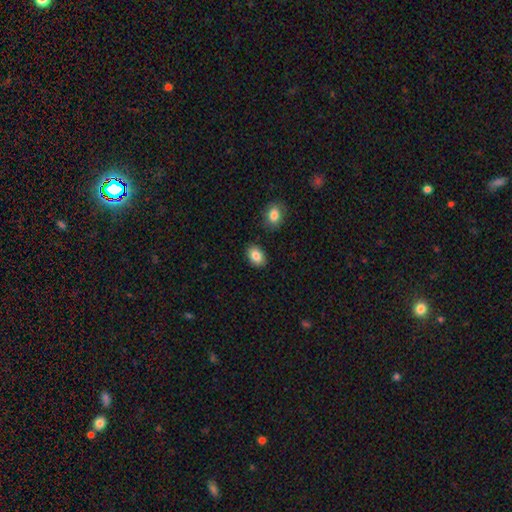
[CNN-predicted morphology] A smooth galaxy with no disk features (85%) that is in between round and cigar-shaped (85%).

Vote fractions:
- Smooth or featured? smooth: 85% / star or artifact: 8% / featured or disk: 7%
- How rounded? in between: 85% / round: 14% / cigar-shaped: 1%
- Merging? none: 86% / minor disturbance: 9% / merger: 3% / major disturbance: 2%